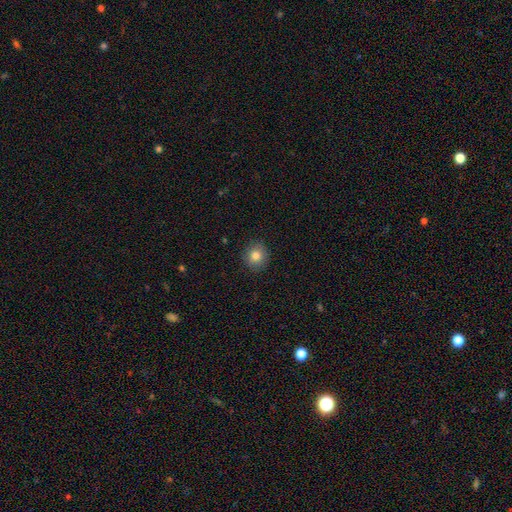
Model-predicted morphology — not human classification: Overall: smooth (81%). How rounded: round (84%). Merging: none (90%).